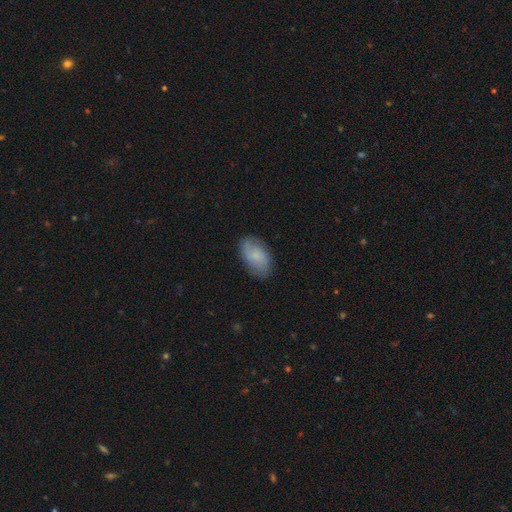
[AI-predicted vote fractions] smooth 61%, featured or disk 31%, star or artifact 7%. Down the decision tree: how rounded — in between (92%); merging — none (79%).